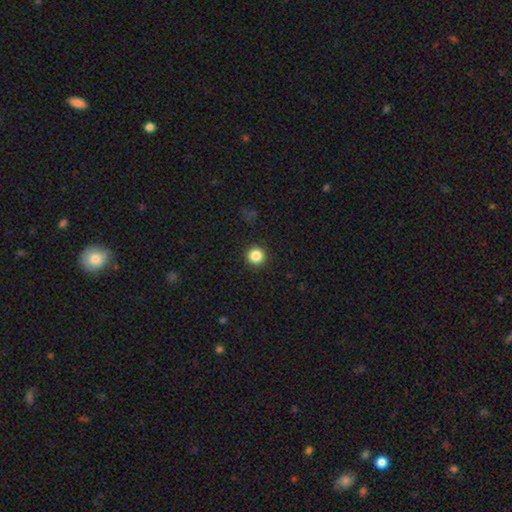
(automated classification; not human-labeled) smooth-or-featured: smooth: 86% | star or artifact: 11% | featured or disk: 3%
  how-rounded: round: 95% | in between: 4% | cigar-shaped: 1%
  merging: none: 92% | minor disturbance: 5% | major disturbance: 2% | merger: 1%